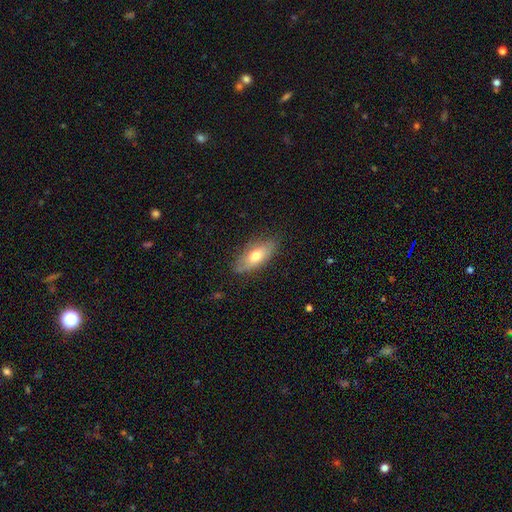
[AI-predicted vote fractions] This appears to be a smooth galaxy with no disk features (66%) that is in between round and cigar-shaped (79%). Merging: none (79%).